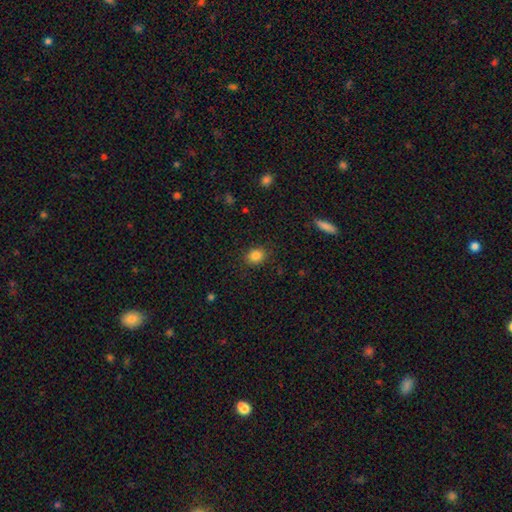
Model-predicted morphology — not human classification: A smooth galaxy with no disk features (85%) that is round (62%).

Vote fractions:
- Smooth or featured? smooth: 85% / star or artifact: 10% / featured or disk: 4%
- How rounded? round: 62% / in between: 37% / cigar-shaped: 1%
- Merging? none: 87% / minor disturbance: 9% / major disturbance: 3% / merger: 1%